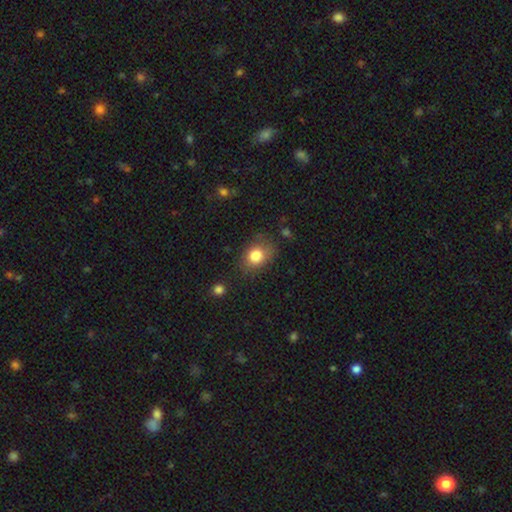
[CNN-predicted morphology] smooth_or_featured: smooth (p=0.82) [alt: featured or disk p=0.09]
how_rounded: in between (p=0.60) [alt: round p=0.38]
merging: none (p=0.70) [alt: minor disturbance p=0.21]